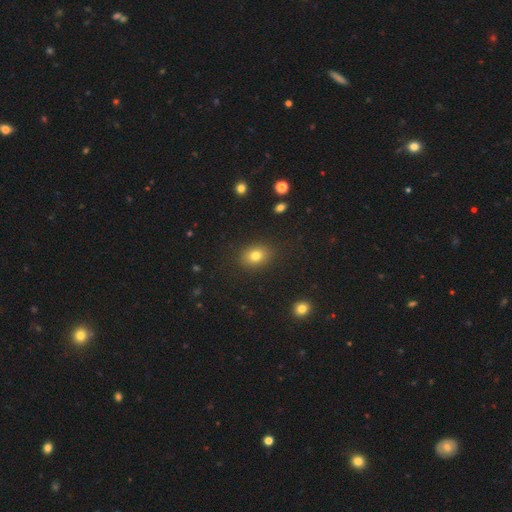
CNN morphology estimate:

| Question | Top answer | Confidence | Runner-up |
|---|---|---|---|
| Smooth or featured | smooth | 79% | star or artifact (12%) |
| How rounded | in between | 59% | round (40%) |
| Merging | none | 87% | minor disturbance (9%) |